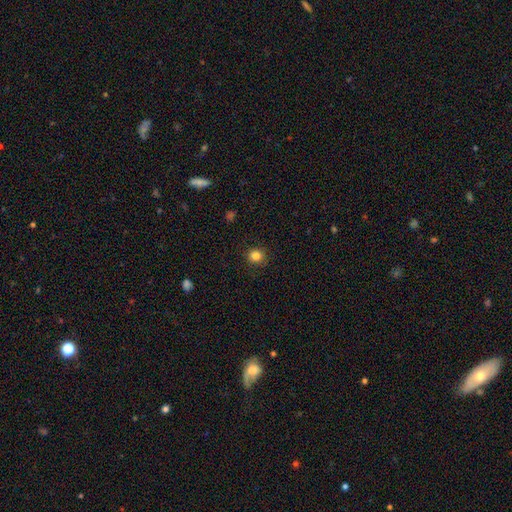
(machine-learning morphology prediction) This is clearly a smooth galaxy (84%). How rounded: clearly round (88%). Merging: clearly none (90%).